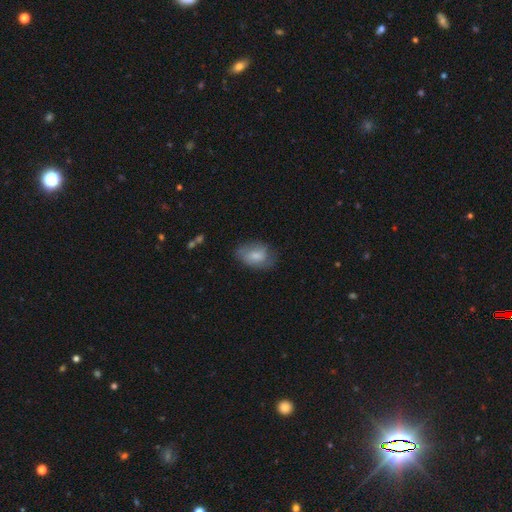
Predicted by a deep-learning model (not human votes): Morphology: type=smooth (68%); roundness=in between (86%); merging=none (61%).